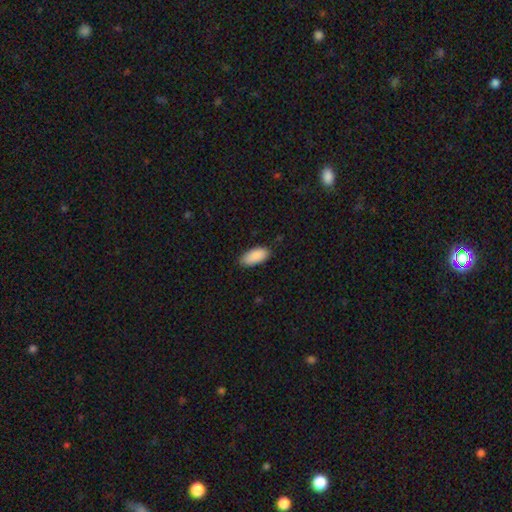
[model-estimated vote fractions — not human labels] smooth_or_featured: smooth (p=0.90) [alt: star or artifact p=0.06]
how_rounded: in between (p=0.92) [alt: cigar-shaped p=0.07]
merging: none (p=0.84) [alt: minor disturbance p=0.13]